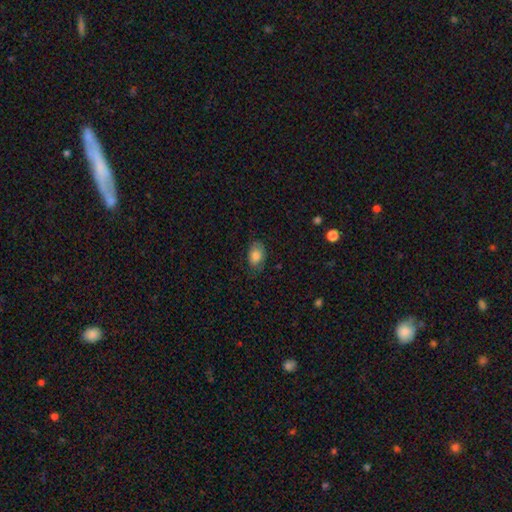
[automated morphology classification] A smooth galaxy with no disk features (80%) that is in between round and cigar-shaped (87%).

Vote fractions:
- Smooth or featured? smooth: 80% / featured or disk: 13% / star or artifact: 7%
- How rounded? in between: 87% / round: 12% / cigar-shaped: 1%
- Merging? none: 67% / minor disturbance: 25% / major disturbance: 7% / merger: 1%